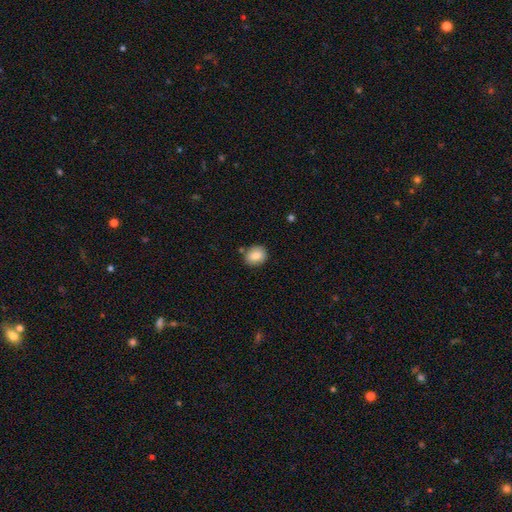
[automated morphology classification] smooth-or-featured: smooth: 81% | featured or disk: 11% | star or artifact: 8%
  how-rounded: round: 62% | in between: 37% | cigar-shaped: 1%
  merging: none: 81% | minor disturbance: 12% | merger: 5% | major disturbance: 2%